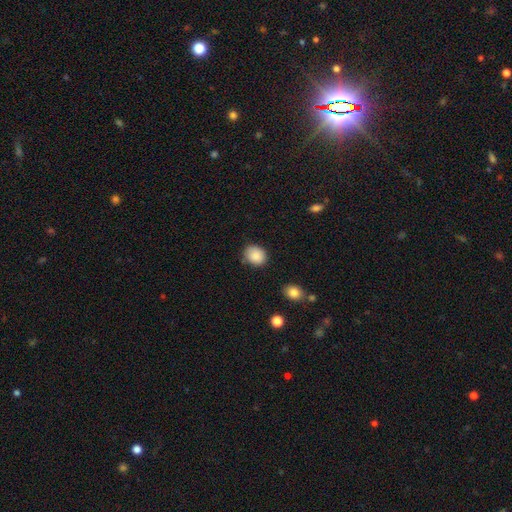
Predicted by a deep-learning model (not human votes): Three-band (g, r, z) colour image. It shows a smooth galaxy with no disk features (87%) that is round (64%). Merging: none (76%).